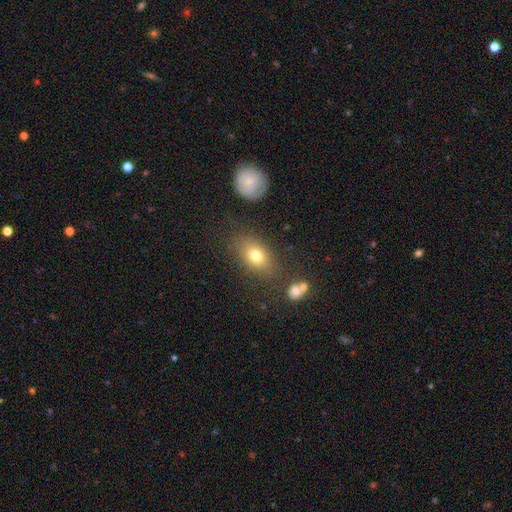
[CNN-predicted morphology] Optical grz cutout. It shows a smooth galaxy with no disk features (75%) that is in between round and cigar-shaped (76%). Merging: none (75%).